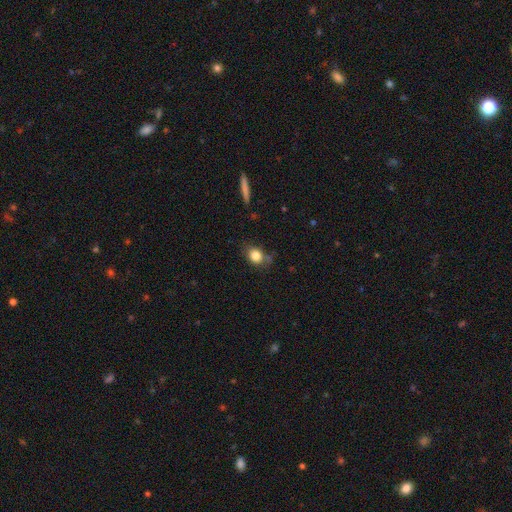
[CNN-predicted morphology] smooth_or_featured: smooth (p=0.82) [alt: star or artifact p=0.10]
how_rounded: round (p=0.54) [alt: in between p=0.45]
merging: none (p=0.65) [alt: minor disturbance p=0.23]